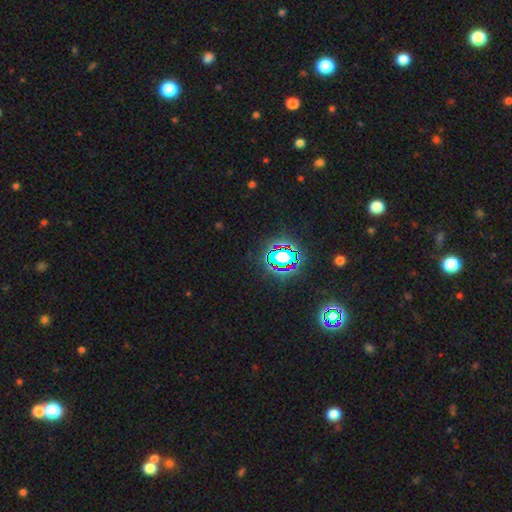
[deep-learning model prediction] Smooth or featured: star or artifact — 80% (smooth — 13%)